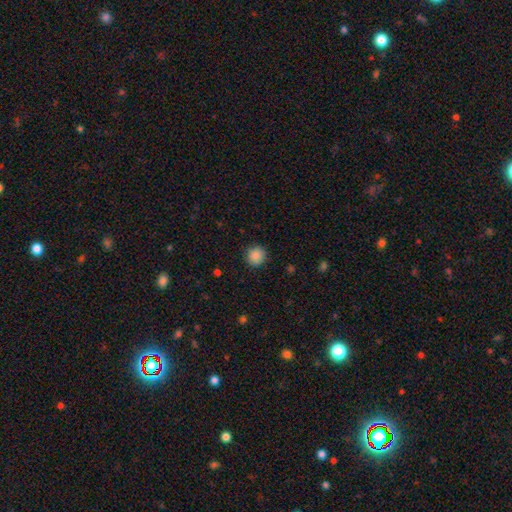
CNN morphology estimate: smooth 87%, star or artifact 9%, featured or disk 3%. Down the decision tree: how rounded — round (92%); merging — none (90%).